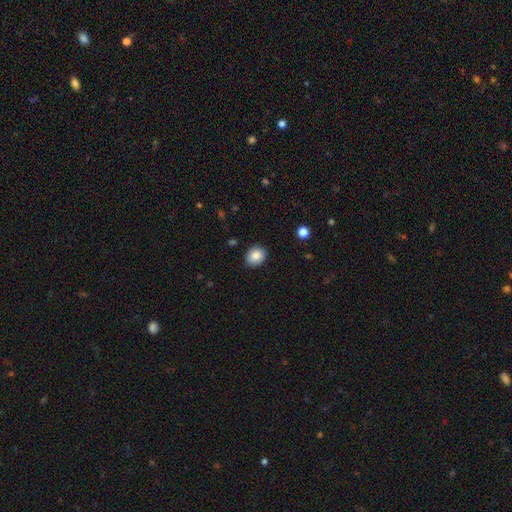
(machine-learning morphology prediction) The model was most divided on "how rounded": round: 60%, in between: 39%, cigar-shaped: 1%. More confident: merging — none (88%); smooth or featured — smooth (86%).